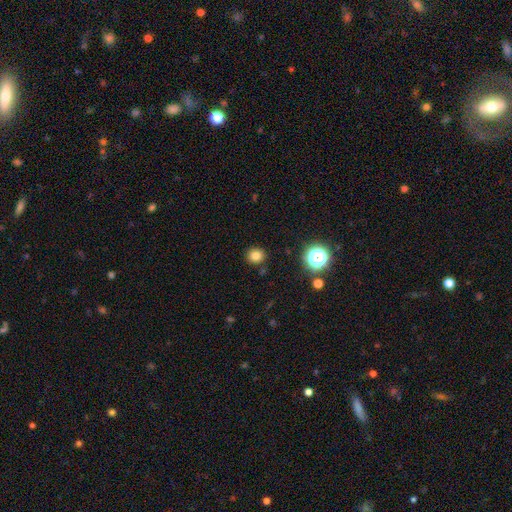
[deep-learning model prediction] Overall: smooth (79%). How rounded: round (85%). Merging: none (89%).